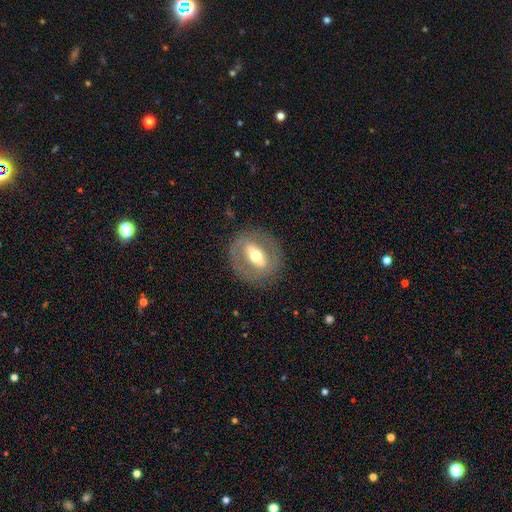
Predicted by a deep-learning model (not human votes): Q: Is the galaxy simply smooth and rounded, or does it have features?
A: featured or disk — 60%.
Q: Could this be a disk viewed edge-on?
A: no — 86%.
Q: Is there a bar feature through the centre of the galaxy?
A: strong — 51%.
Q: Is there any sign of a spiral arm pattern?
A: no — 78%.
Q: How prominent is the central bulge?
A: moderate — 67%.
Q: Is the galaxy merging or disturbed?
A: none — 82%.